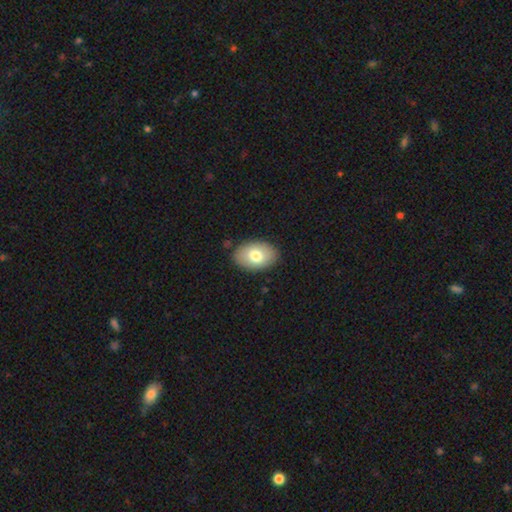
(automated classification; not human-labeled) Morphology: type=smooth (76%); roundness=in between (88%); merging=none (87%).